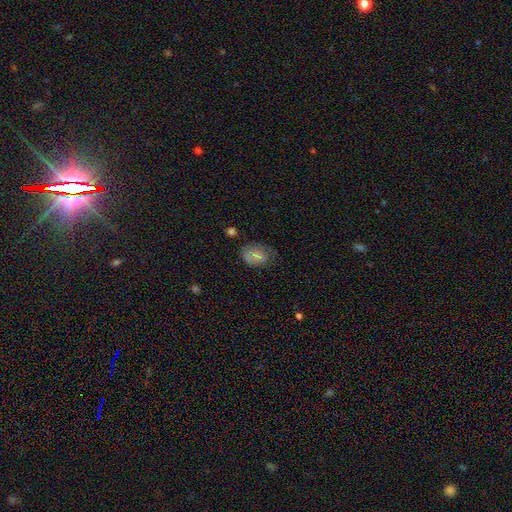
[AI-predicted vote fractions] smooth_or_featured: smooth (p=0.70) [alt: featured or disk p=0.21]
how_rounded: in between (p=0.72) [alt: round p=0.27]
merging: none (p=0.52) [alt: minor disturbance p=0.31]